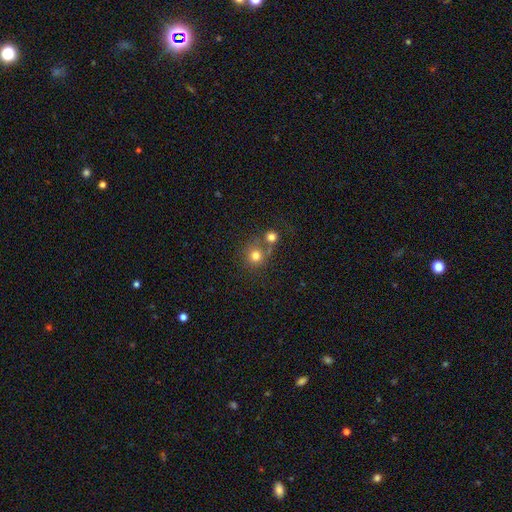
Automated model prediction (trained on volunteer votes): Overall: smooth (77%). How rounded: round (90%). Merging: none (57%; merger 30%).